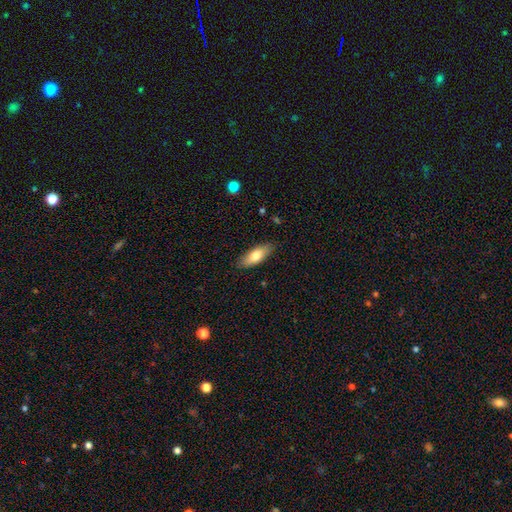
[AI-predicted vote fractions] Smooth or featured? Predicted: smooth (p=0.75). How rounded? Predicted: in between (p=0.68). Merging? Predicted: none (p=0.86).